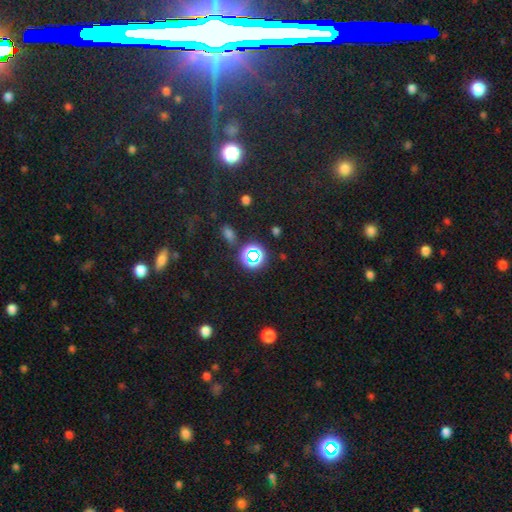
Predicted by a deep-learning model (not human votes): A star or artifact, not a galaxy (61%).